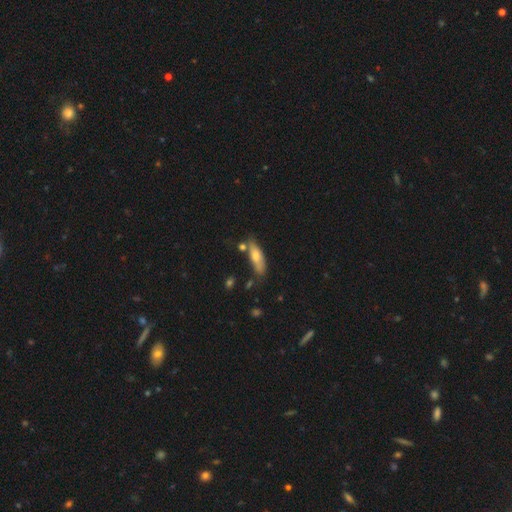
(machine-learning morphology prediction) type=smooth (62%); roundness=cigar-shaped (51%); merging=none (65%).